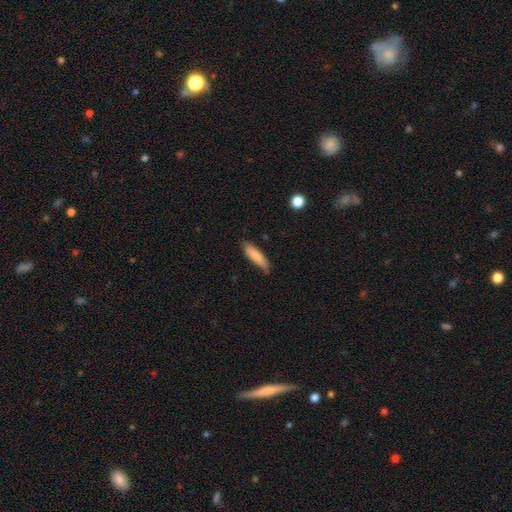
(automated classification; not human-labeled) This appears to be a smooth galaxy with no disk features (83%) that is cigar-shaped (63%). Merging: none (74%).